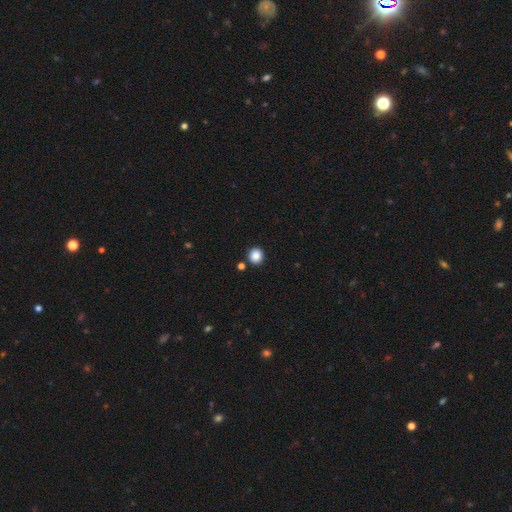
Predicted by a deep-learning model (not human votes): A smooth galaxy with no disk features (87%) that is round (89%).

Vote fractions:
- Smooth or featured? smooth: 87% / star or artifact: 10% / featured or disk: 3%
- How rounded? round: 89% / in between: 10% / cigar-shaped: 1%
- Merging? none: 89% / minor disturbance: 6% / merger: 4% / major disturbance: 2%